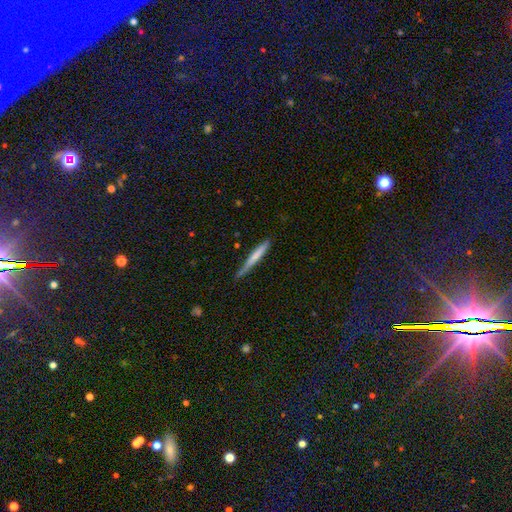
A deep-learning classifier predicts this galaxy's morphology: Smooth or featured?
  - smooth: 66% *
  - featured or disk: 28%
  - star or artifact: 5%
How rounded?
  - cigar-shaped: 96% *
  - in between: 3%
  - round: 1%
Merging?
  - none: 66% *
  - minor disturbance: 27%
  - major disturbance: 5%
  - merger: 2%